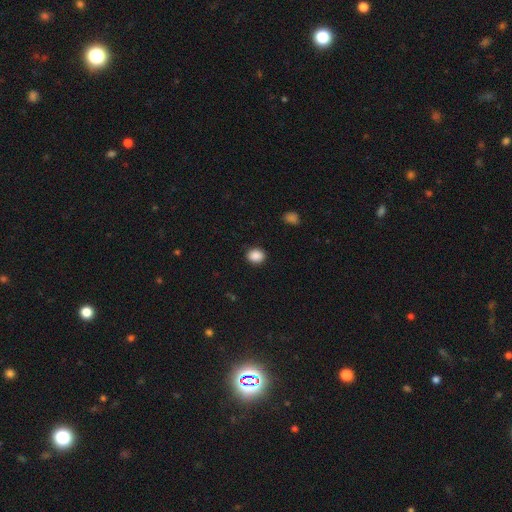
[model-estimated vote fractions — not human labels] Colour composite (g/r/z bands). It shows a smooth galaxy with no disk features (89%) that is round (60%). Merging: none (89%).